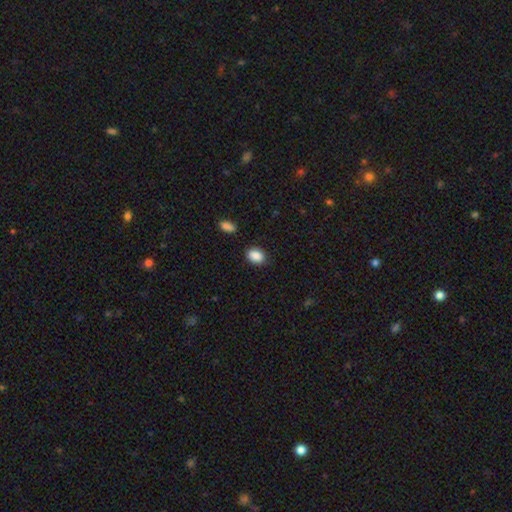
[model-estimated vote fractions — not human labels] Smooth or featured: smooth — 88% (star or artifact — 8%)
How rounded: in between — 73% (round — 26%)
Merging: none — 84% (minor disturbance — 11%)